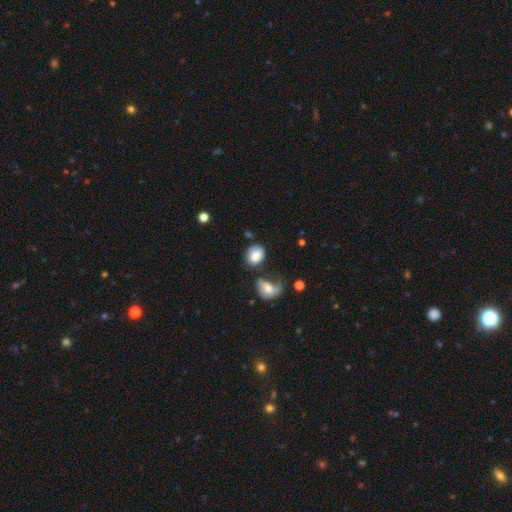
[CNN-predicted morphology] smooth_or_featured: smooth (p=0.79) [alt: featured or disk p=0.13]
how_rounded: in between (p=0.55) [alt: round p=0.43]
merging: none (p=0.43) [alt: minor disturbance p=0.22]